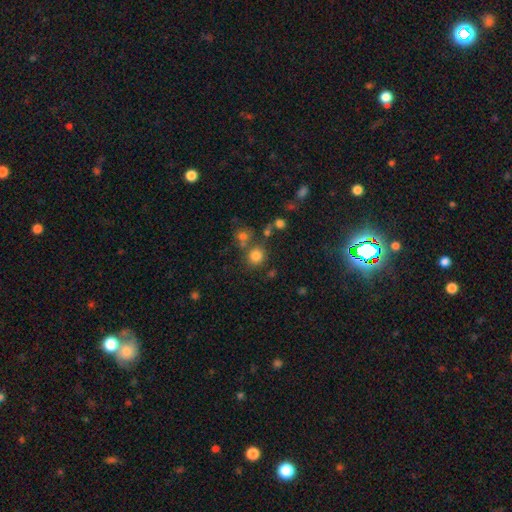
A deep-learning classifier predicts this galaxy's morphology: Smooth or featured? smooth (79%)
How rounded? round (89%)
Merging? none (73%)